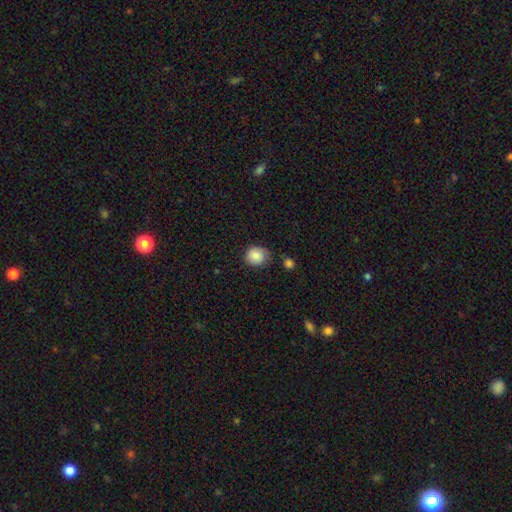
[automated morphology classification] Q: Smooth or featured?
A: smooth (86%); runner-up: star or artifact (8%)
Q: How rounded?
A: round (84%); runner-up: in between (16%)
Q: Merging?
A: none (70%); runner-up: minor disturbance (21%)